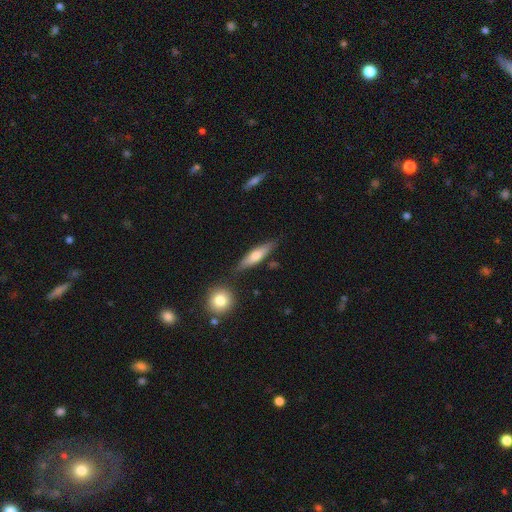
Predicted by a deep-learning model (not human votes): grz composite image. It shows a smooth galaxy with no disk features (56%) that is cigar-shaped (69%). Merging: none (79%).